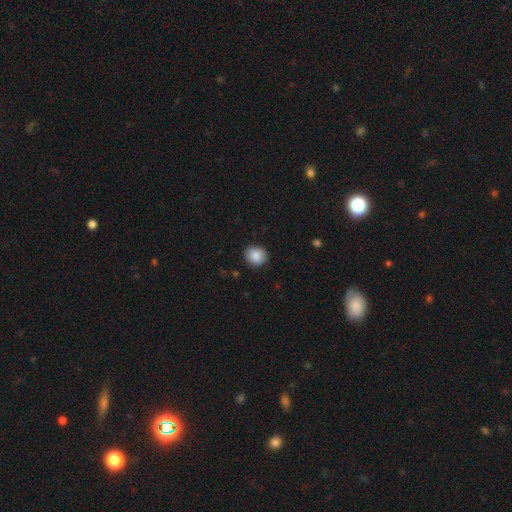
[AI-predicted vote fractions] The model was most divided on "how rounded": round: 67%, in between: 32%, cigar-shaped: 1%. More confident: smooth or featured — smooth (86%); merging — none (85%).